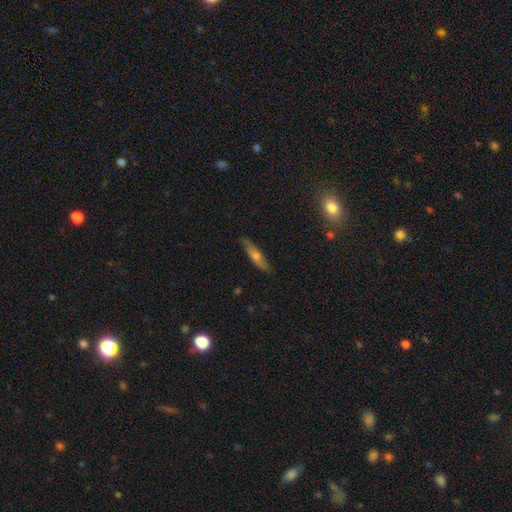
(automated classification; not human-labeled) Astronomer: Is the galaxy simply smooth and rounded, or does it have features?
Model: featured or disk — 51% (runner-up: smooth, 42%).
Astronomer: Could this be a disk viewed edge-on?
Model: yes — 82%.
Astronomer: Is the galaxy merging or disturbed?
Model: none — 84%.